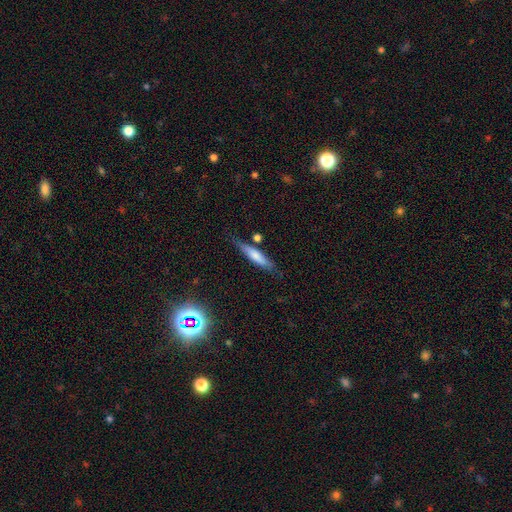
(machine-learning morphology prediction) The model was most divided on "smooth or featured": smooth: 65%, featured or disk: 28%, star or artifact: 7%. More confident: how rounded — cigar-shaped (83%); merging — none (72%).